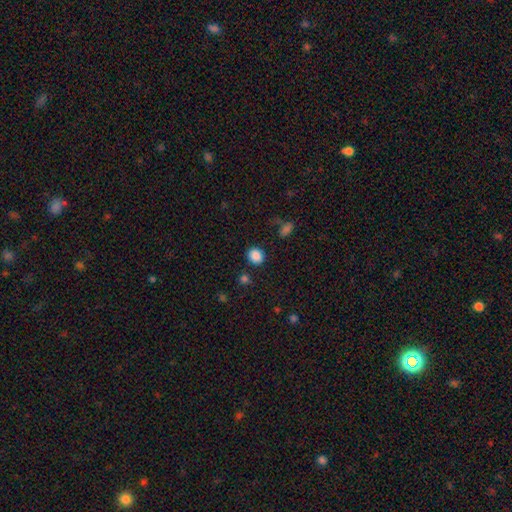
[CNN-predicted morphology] type=smooth (87%); roundness=round (72%); merging=none (85%).